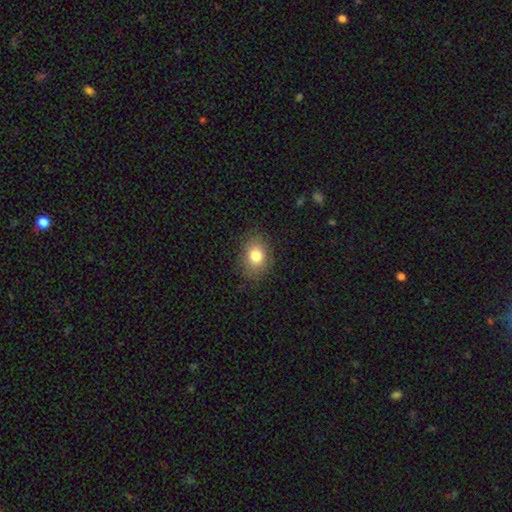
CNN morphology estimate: Smooth or featured: smooth — 80% (star or artifact — 10%)
How rounded: in between — 66% (round — 33%)
Merging: none — 84% (minor disturbance — 12%)